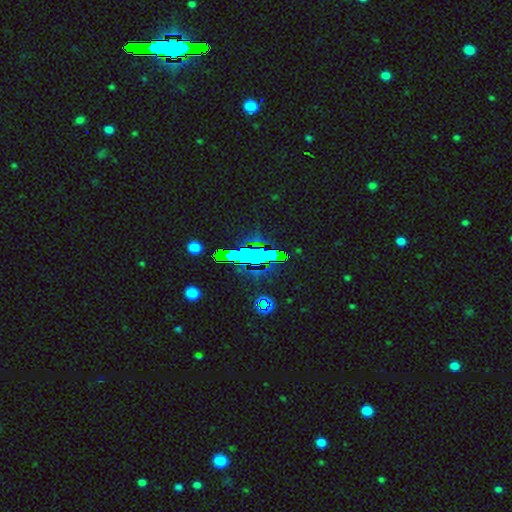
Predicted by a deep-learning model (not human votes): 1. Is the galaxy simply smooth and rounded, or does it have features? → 66% star or artifact, 21% smooth, 13% featured or disk.